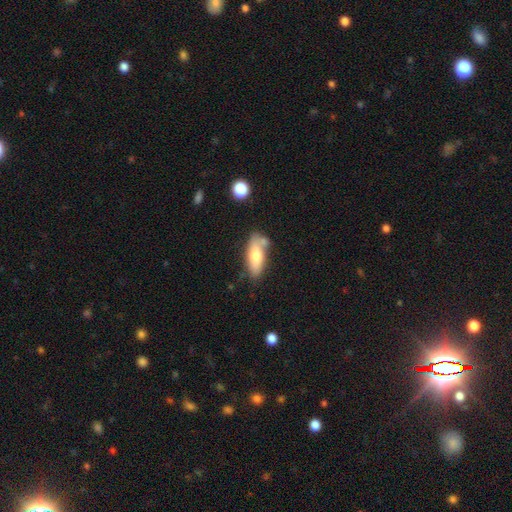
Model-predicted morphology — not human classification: The model was most divided on "merging": none: 57%, minor disturbance: 22%, merger: 15%, major disturbance: 6%. More confident: how rounded — in between (73%); smooth or featured — smooth (70%).